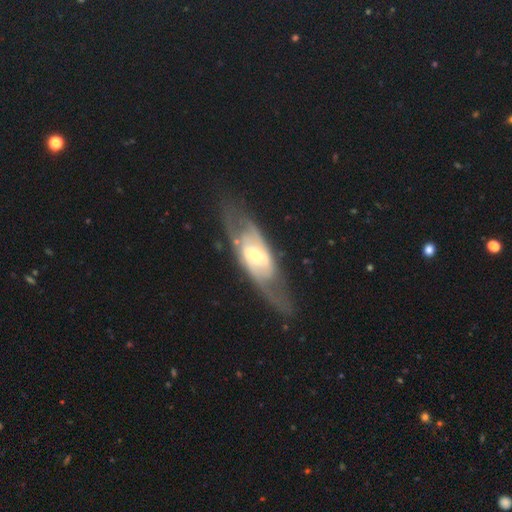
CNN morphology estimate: Smooth or featured? Predicted: featured or disk (p=0.77). Edge-on disk? Predicted: no (p=0.80). Bar? Predicted: weak (p=0.38). Spiral arms? Predicted: yes (p=0.68). Bulge size? Predicted: moderate (p=0.41). Merging? Predicted: none (p=0.61).